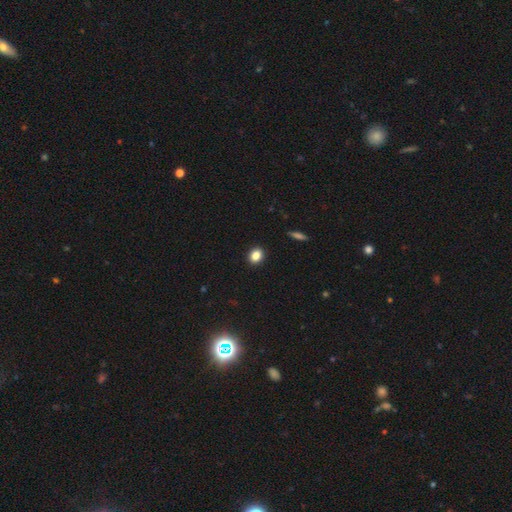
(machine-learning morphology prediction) Overall: smooth (85%). How rounded: round (56%; in between 43%). Merging: none (91%).